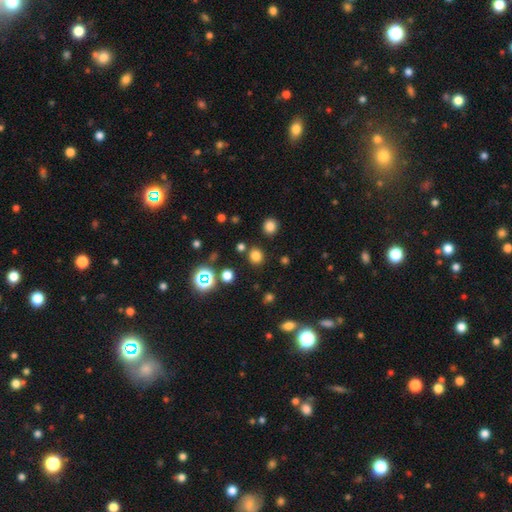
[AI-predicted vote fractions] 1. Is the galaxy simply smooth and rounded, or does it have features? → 74% smooth, 21% star or artifact, 5% featured or disk.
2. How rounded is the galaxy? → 87% round, 12% in between, 1% cigar-shaped.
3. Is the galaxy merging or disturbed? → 85% none, 7% minor disturbance, 5% merger, 3% major disturbance.